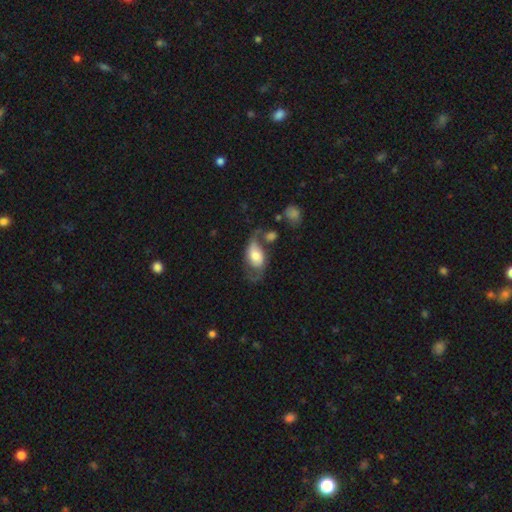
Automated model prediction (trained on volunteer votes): Morphology: type=featured or disk (56%); edge-on=no (93%); bar=no (60%); spiral arms=yes (80%); bulge=moderate (46%); merging=none (42%).